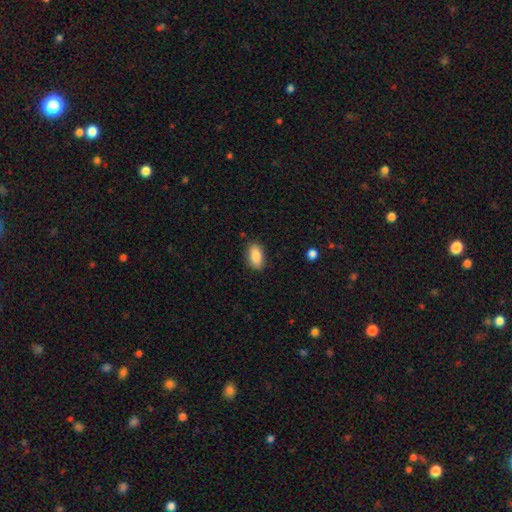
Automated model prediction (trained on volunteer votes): Smooth or featured? Predicted: smooth (p=0.86). How rounded? Predicted: in between (p=0.91). Merging? Predicted: none (p=0.85).